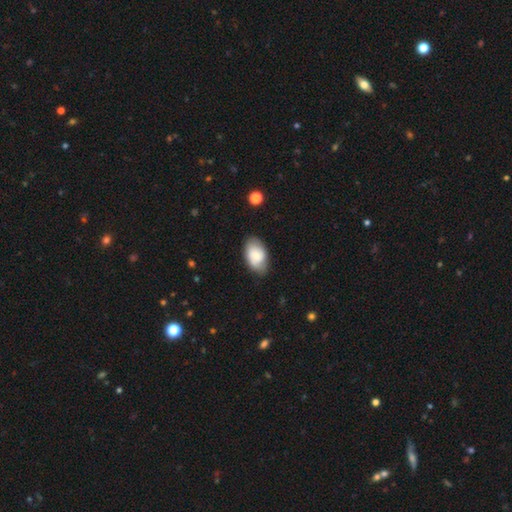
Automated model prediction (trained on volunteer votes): Morphology: type=smooth (70%); roundness=in between (92%); merging=none (70%).